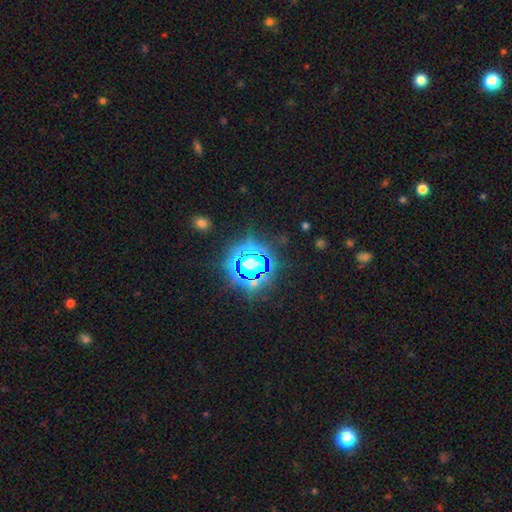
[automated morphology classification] smooth-or-featured: star or artifact: 63% | smooth: 24% | featured or disk: 13%